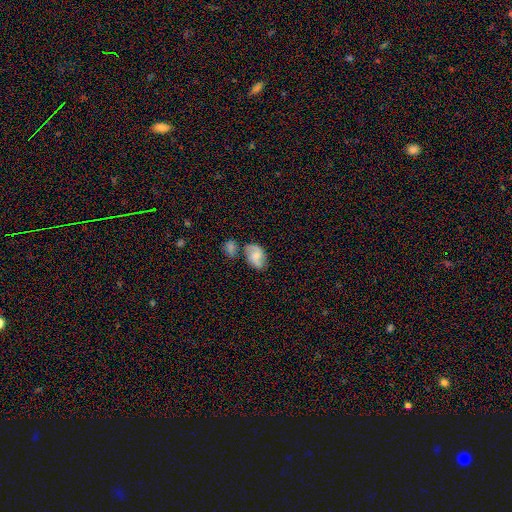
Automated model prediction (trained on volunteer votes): smooth-or-featured: featured or disk: 56% | smooth: 36% | star or artifact: 9%
  disk-edge-on: no: 97% | yes: 3%
    bar: no: 51% | weak: 40% | strong: 9%
    has-spiral-arms: yes: 88% | no: 12%
    bulge-size: small: 40% | moderate: 38% | none: 15% | large: 5% | dominant: 2%
  merging: none: 48% | merger: 24% | minor disturbance: 20% | major disturbance: 9%